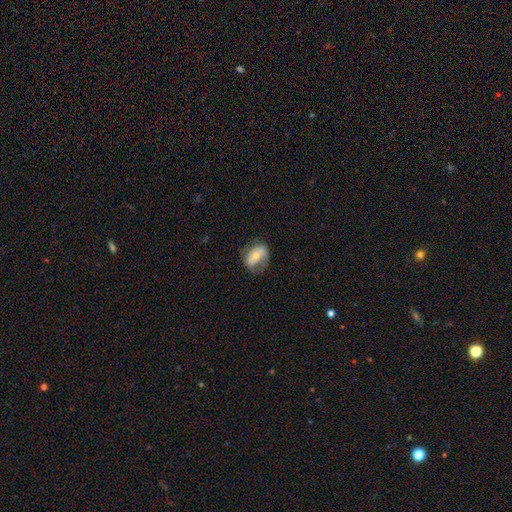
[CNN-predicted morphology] Smooth or featured?
  - smooth: 53% *
  - featured or disk: 40%
  - star or artifact: 7%
How rounded?
  - in between: 76% *
  - round: 23%
  - cigar-shaped: 2%
Merging?
  - none: 55% *
  - minor disturbance: 27%
  - major disturbance: 16%
  - merger: 2%